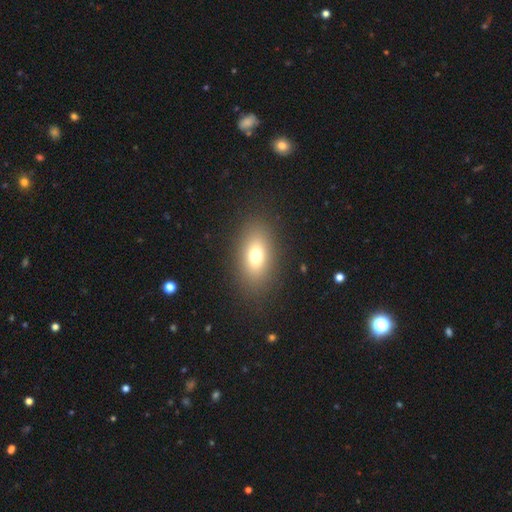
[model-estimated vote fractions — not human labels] Smooth or featured: smooth — 72% (featured or disk — 15%)
How rounded: in between — 82% (round — 15%)
Merging: none — 86% (minor disturbance — 8%)